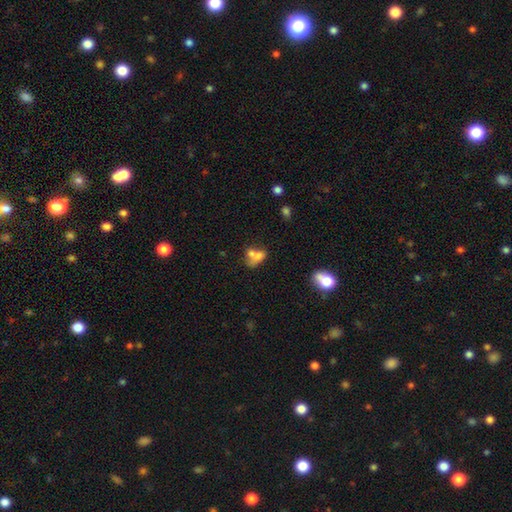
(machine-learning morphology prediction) The model was most divided on "merging": merger: 58%, none: 23%, minor disturbance: 10%, major disturbance: 8%. More confident: how rounded — in between (68%); smooth or featured — smooth (66%).